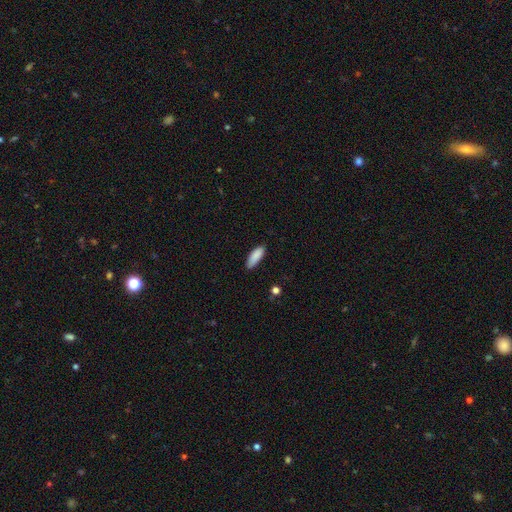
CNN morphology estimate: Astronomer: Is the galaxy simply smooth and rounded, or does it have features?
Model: smooth — 89%.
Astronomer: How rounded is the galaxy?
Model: in between — 62%.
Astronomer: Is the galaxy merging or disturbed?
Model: none — 84%.